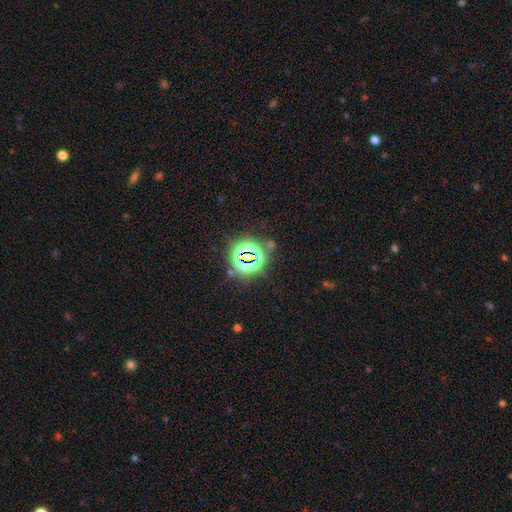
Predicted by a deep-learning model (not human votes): Smooth or featured? star or artifact (78%)